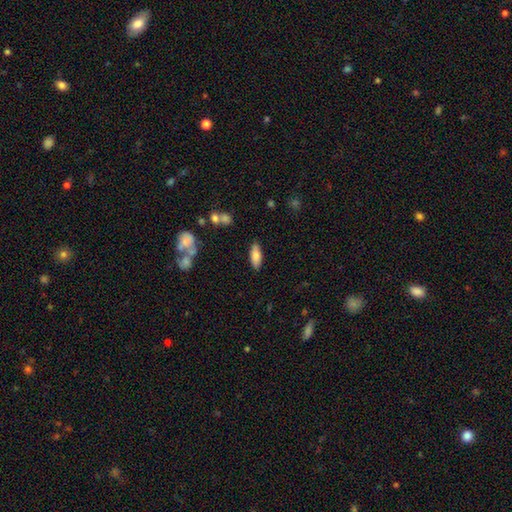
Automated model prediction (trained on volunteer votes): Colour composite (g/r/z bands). It shows a smooth galaxy with no disk features (81%) that is in between round and cigar-shaped (72%). Merging: none (85%).